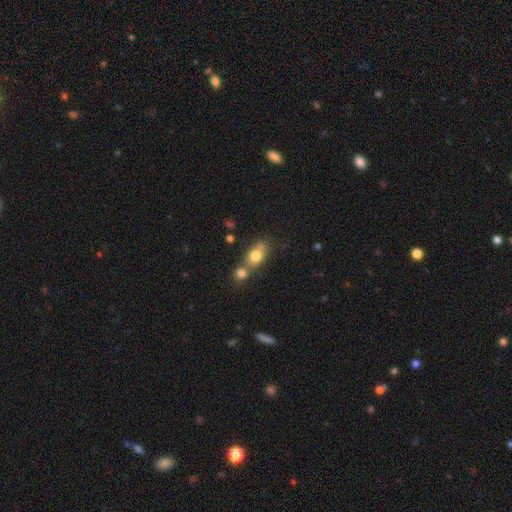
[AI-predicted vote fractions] smooth 78%, featured or disk 13%, star or artifact 9%. Down the decision tree: how rounded — in between (56%); merging — merger (50%).